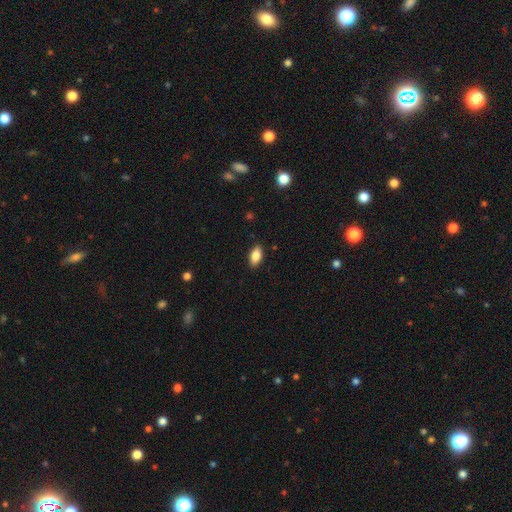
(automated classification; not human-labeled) smooth 84%, featured or disk 9%, star or artifact 7%. Down the decision tree: how rounded — in between (90%); merging — none (88%).